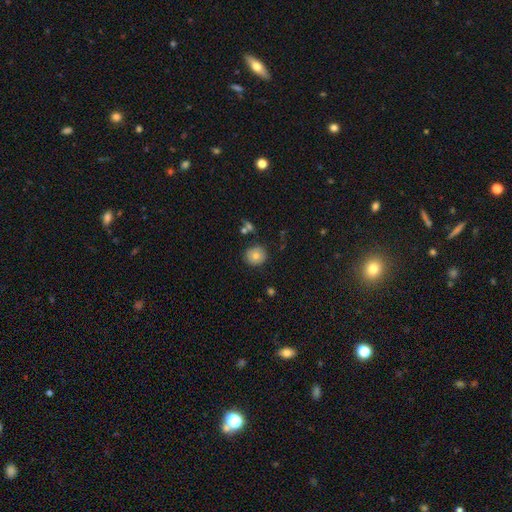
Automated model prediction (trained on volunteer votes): smooth-or-featured: smooth: 75% | featured or disk: 14% | star or artifact: 10%
  how-rounded: round: 90% | in between: 9% | cigar-shaped: 1%
  merging: none: 85% | minor disturbance: 9% | merger: 3% | major disturbance: 2%